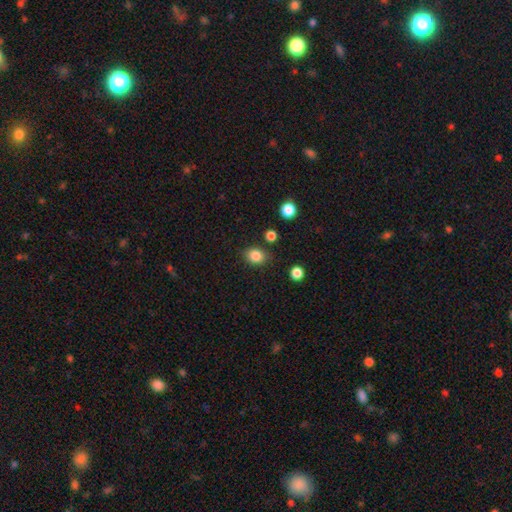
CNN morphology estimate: Q: Smooth or featured?
A: smooth (84%); runner-up: star or artifact (10%)
Q: How rounded?
A: round (52%); runner-up: in between (47%)
Q: Merging?
A: none (81%); runner-up: minor disturbance (12%)